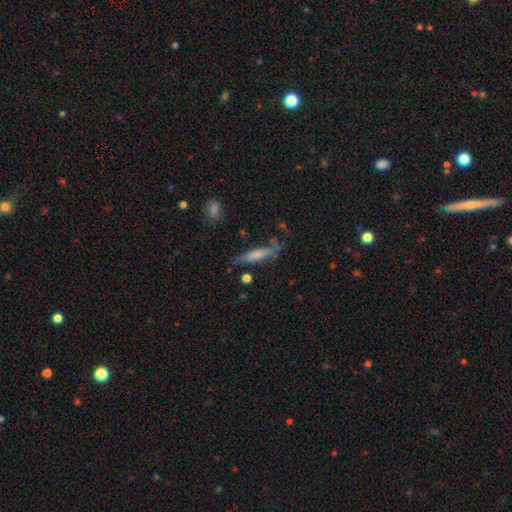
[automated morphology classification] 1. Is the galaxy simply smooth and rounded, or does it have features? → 48% featured or disk, 37% smooth, 15% star or artifact.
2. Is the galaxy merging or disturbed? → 63% none, 21% minor disturbance, 11% major disturbance, 5% merger.